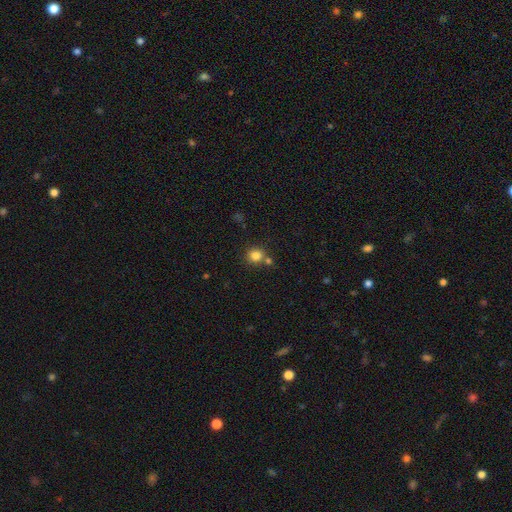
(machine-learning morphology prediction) smooth 82%, star or artifact 12%, featured or disk 6%. Down the decision tree: how rounded — round (89%); merging — none (70%).